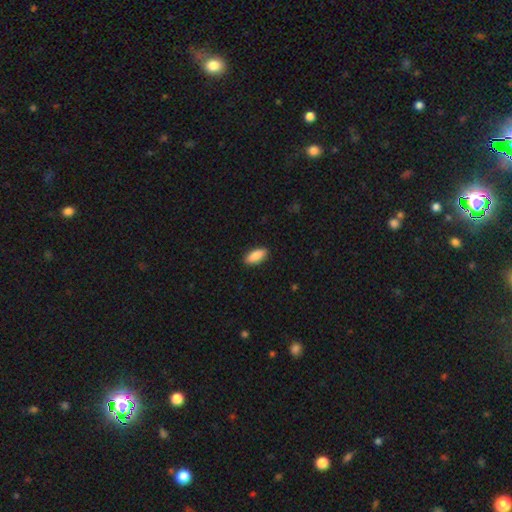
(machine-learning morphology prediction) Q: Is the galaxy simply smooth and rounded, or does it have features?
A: smooth — 89%.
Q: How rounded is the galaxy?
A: in between — 82%.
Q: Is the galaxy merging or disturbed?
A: none — 90%.